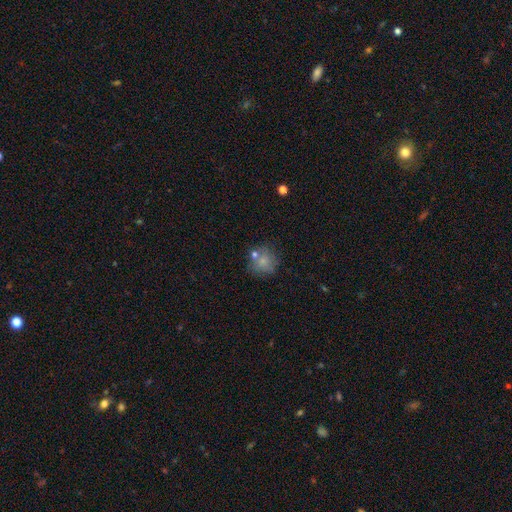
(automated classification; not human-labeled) Q: Smooth or featured?
A: smooth (65%); runner-up: star or artifact (18%)
Q: How rounded?
A: round (88%); runner-up: in between (10%)
Q: Merging?
A: none (70%); runner-up: minor disturbance (14%)